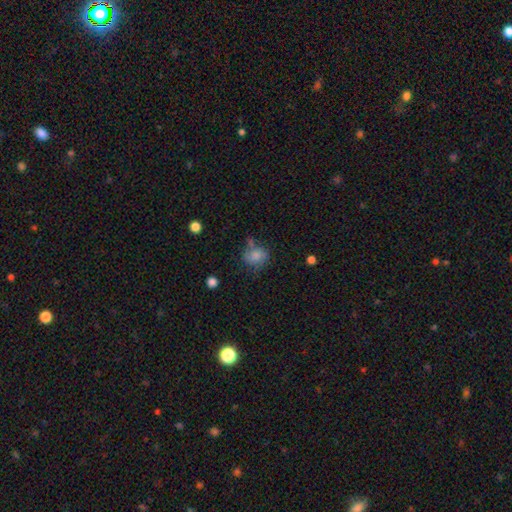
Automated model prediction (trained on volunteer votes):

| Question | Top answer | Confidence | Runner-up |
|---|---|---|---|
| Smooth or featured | smooth | 73% | featured or disk (18%) |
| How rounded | round | 63% | in between (36%) |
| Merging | none | 49% | minor disturbance (25%) |